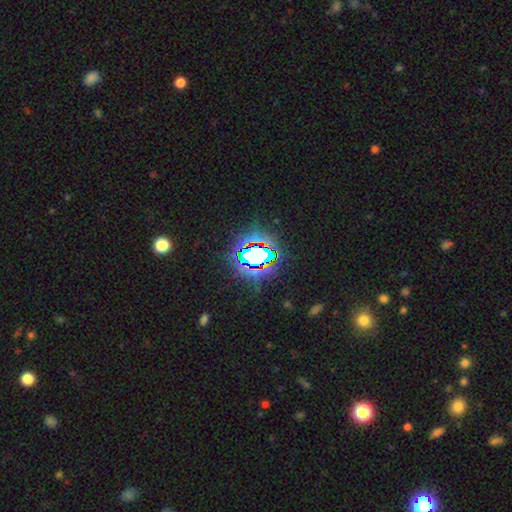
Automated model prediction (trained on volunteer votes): Overall: star or artifact (69%).